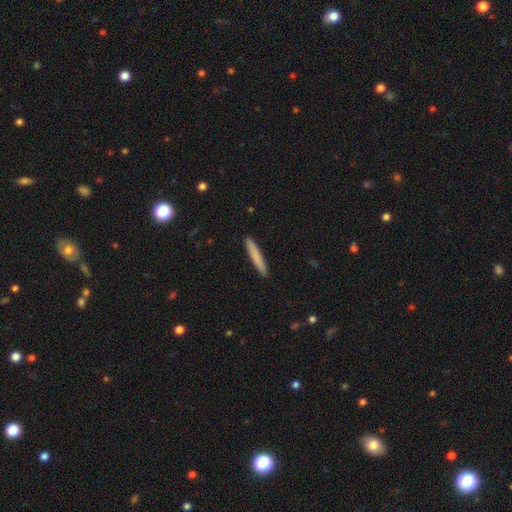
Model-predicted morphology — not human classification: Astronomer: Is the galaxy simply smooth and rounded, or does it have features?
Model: smooth — 78%.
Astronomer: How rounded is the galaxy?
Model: cigar-shaped — 95%.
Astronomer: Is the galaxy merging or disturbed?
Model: none — 91%.